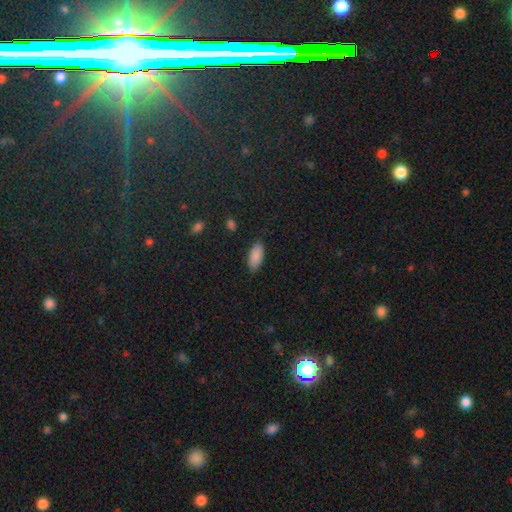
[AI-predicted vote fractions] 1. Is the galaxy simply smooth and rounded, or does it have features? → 89% smooth, 7% star or artifact, 4% featured or disk.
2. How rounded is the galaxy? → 89% in between, 9% cigar-shaped, 2% round.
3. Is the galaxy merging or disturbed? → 85% none, 12% minor disturbance, 3% major disturbance, 1% merger.